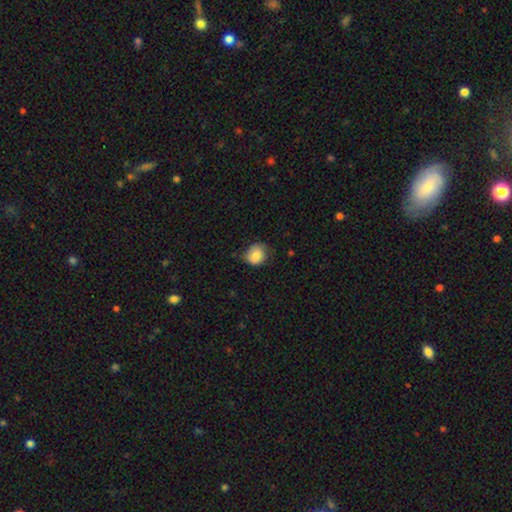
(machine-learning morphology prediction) A smooth galaxy with no disk features (82%) that is round (70%). Merging: none (63%).